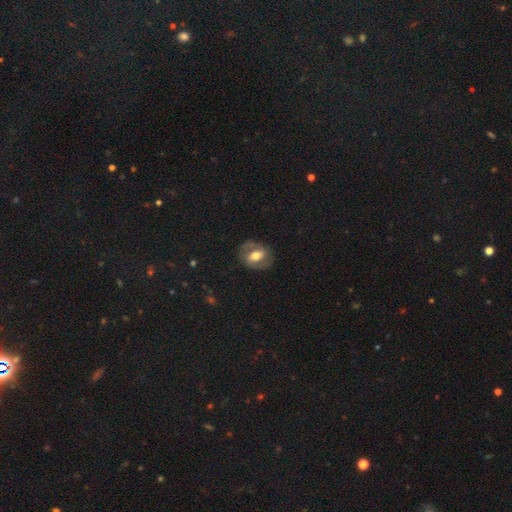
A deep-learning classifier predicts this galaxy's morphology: Smooth or featured? featured or disk (59%)
Edge-on disk? no (94%)
Bar? weak (39%)
Spiral arms? yes (66%)
Bulge size? moderate (65%)
Merging? none (77%)